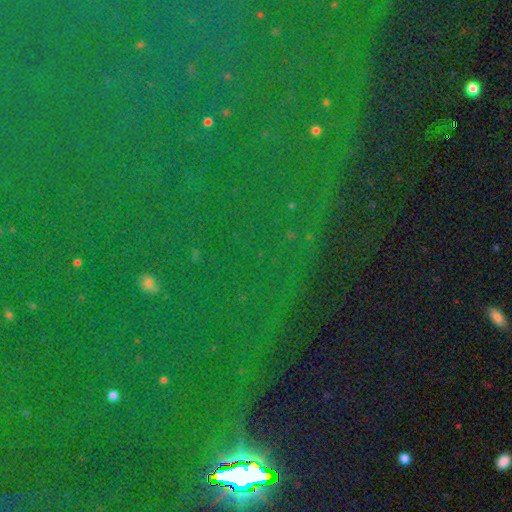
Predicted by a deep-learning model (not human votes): This is clearly a star or artifact rather than a galaxy (86%).